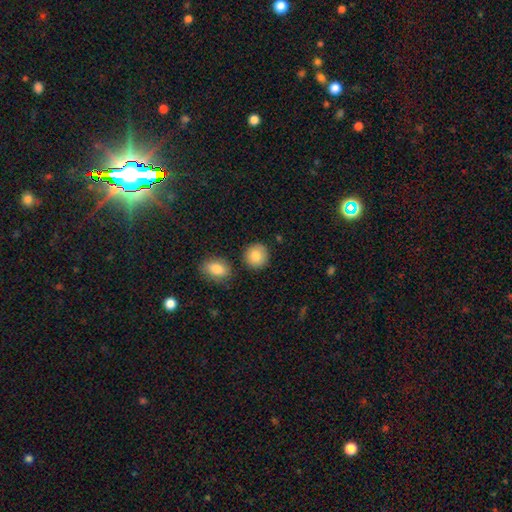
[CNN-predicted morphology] A smooth galaxy with no disk features (84%) that is round (89%).

Vote fractions:
- Smooth or featured? smooth: 84% / featured or disk: 8% / star or artifact: 8%
- How rounded? round: 89% / in between: 10% / cigar-shaped: 1%
- Merging? none: 85% / minor disturbance: 8% / merger: 5% / major disturbance: 2%